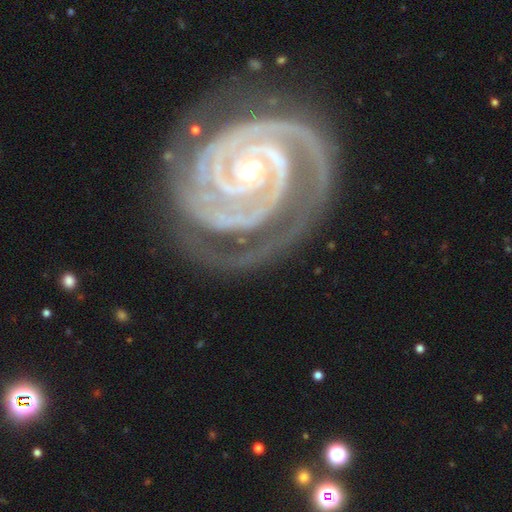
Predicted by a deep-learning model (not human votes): Morphology: type=featured or disk (94%); edge-on=no (98%); bar=no (52%); spiral arms=yes (99%); winding=tight (84%); arm count=2 (60%); bulge=small (70%); merging=none (71%).